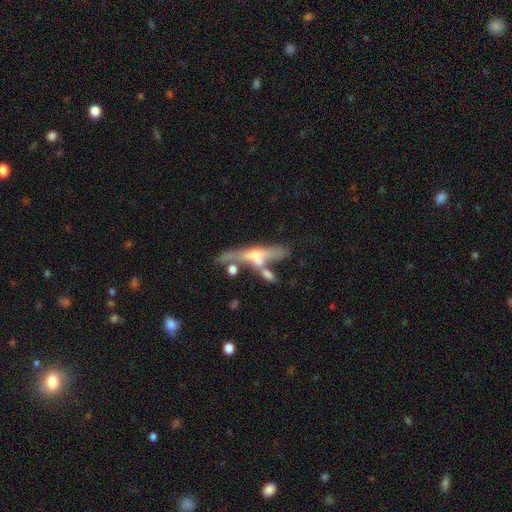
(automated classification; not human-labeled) This appears to be a featured or disk galaxy (67%) viewed edge-on (81%) with a rounded central bulge (81%). Merging: none (41%).